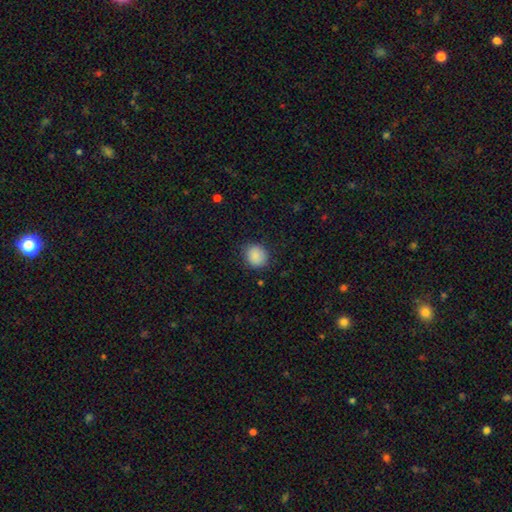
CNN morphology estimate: Smooth or featured? smooth (88%)
How rounded? round (76%)
Merging? none (84%)